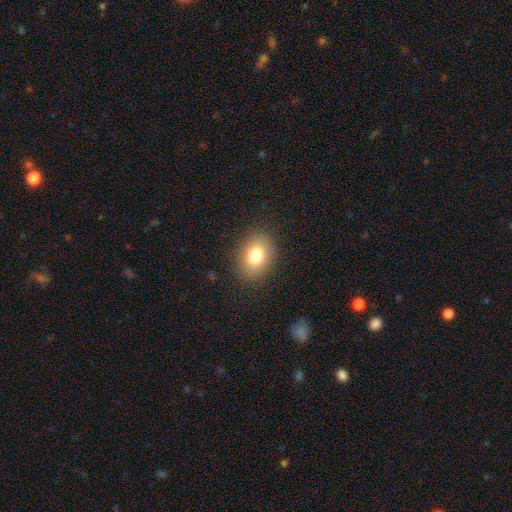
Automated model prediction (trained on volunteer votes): smooth-or-featured: smooth: 79% | featured or disk: 11% | star or artifact: 10%
  how-rounded: in between: 68% | round: 31% | cigar-shaped: 1%
  merging: none: 87% | minor disturbance: 9% | major disturbance: 3% | merger: 1%